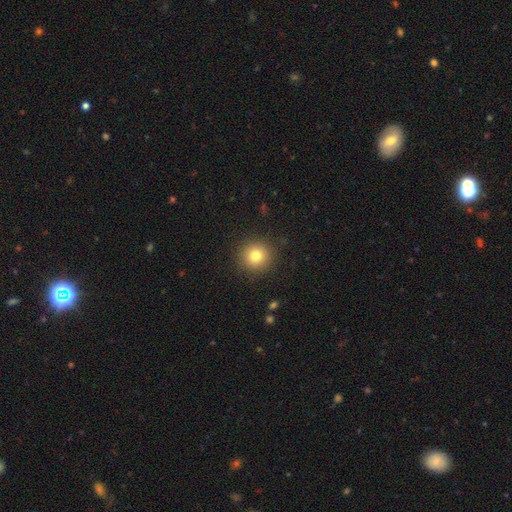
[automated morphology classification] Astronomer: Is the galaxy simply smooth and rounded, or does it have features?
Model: smooth — 78%.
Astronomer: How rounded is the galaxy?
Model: round — 94%.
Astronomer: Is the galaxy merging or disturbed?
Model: none — 91%.